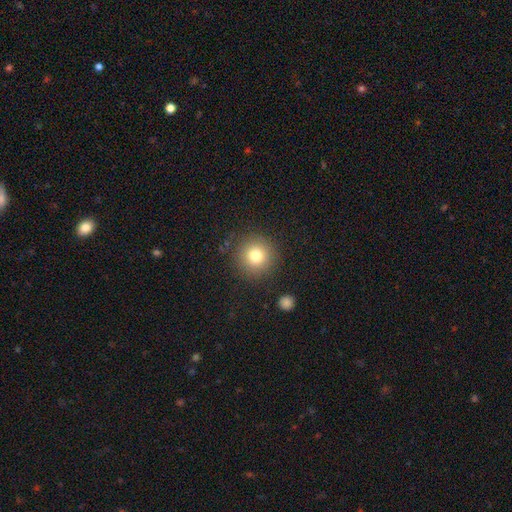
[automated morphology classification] Smooth or featured? Predicted: smooth (p=0.78). How rounded? Predicted: round (p=0.95). Merging? Predicted: none (p=0.87).